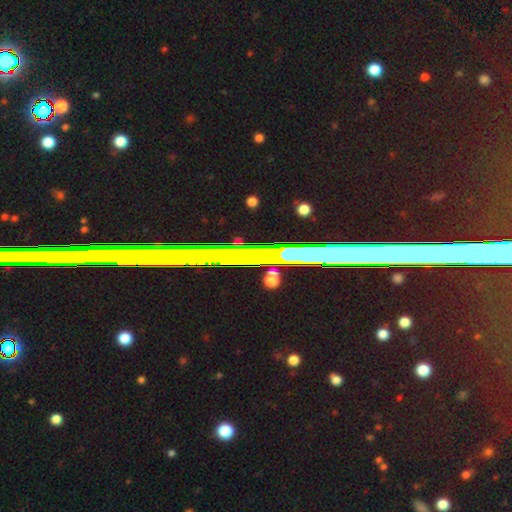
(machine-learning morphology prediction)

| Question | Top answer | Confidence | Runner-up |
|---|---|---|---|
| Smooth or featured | star or artifact | 74% | featured or disk (16%) |